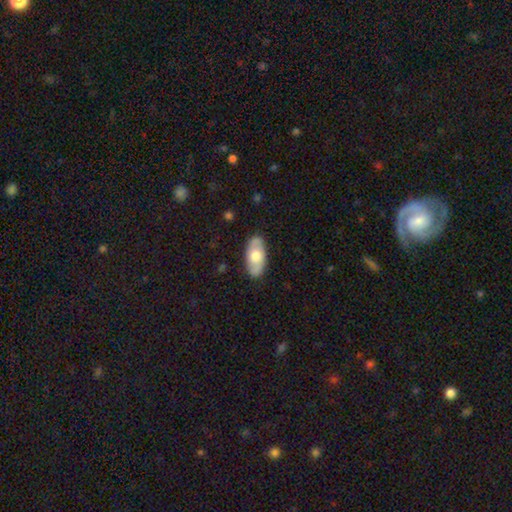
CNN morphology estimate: Smooth or featured?
  - smooth: 57% *
  - featured or disk: 37%
  - star or artifact: 5%
How rounded?
  - in between: 92% *
  - cigar-shaped: 5%
  - round: 3%
Merging?
  - none: 86% *
  - minor disturbance: 11%
  - major disturbance: 2%
  - merger: 1%